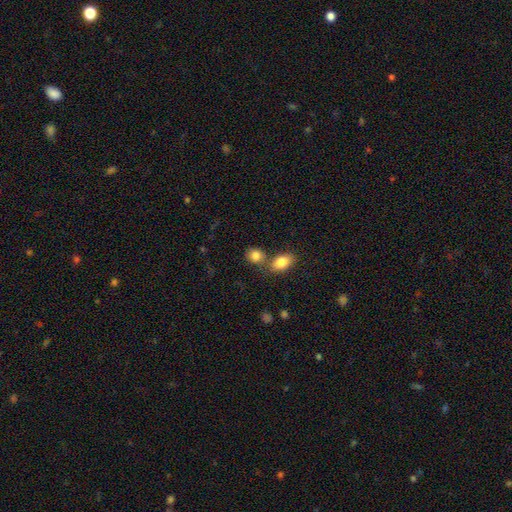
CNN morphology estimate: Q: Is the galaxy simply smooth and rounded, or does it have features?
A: smooth — 84%.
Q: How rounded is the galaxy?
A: in between — 49%, tied with round.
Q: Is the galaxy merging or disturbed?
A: none — 52%.